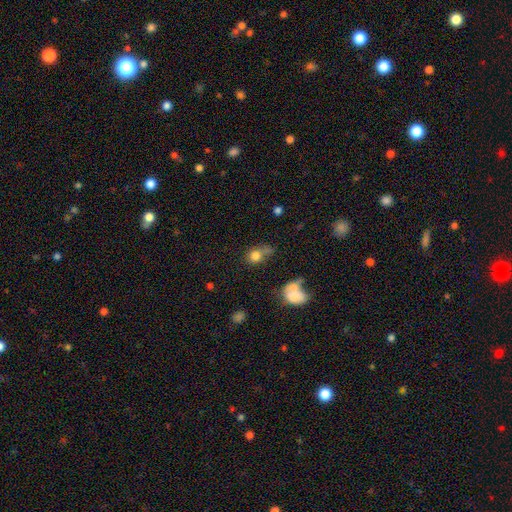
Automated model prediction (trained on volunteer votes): A smooth galaxy with no disk features (78%) that is round (67%). Merging: none (43%).